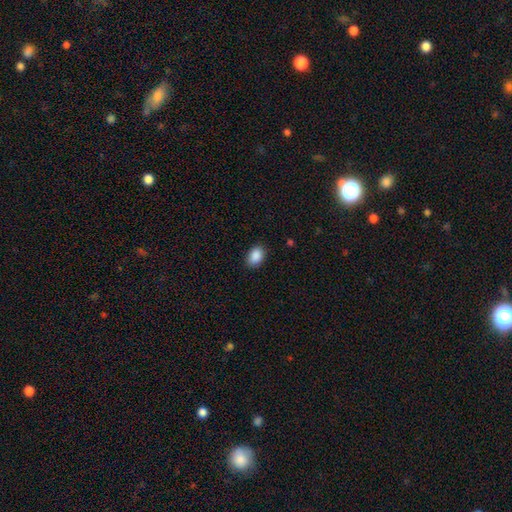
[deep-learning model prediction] This appears to be a smooth galaxy with no disk features (89%) that is in between round and cigar-shaped (82%). Merging: none (87%).